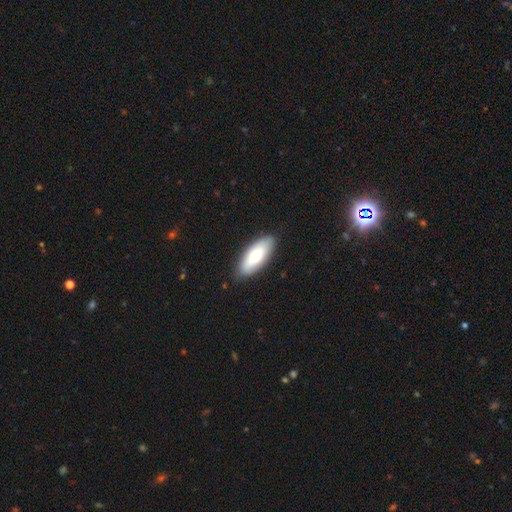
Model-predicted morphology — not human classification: smooth 70%, featured or disk 25%, star or artifact 5%. Down the decision tree: how rounded — in between (82%); merging — none (87%).